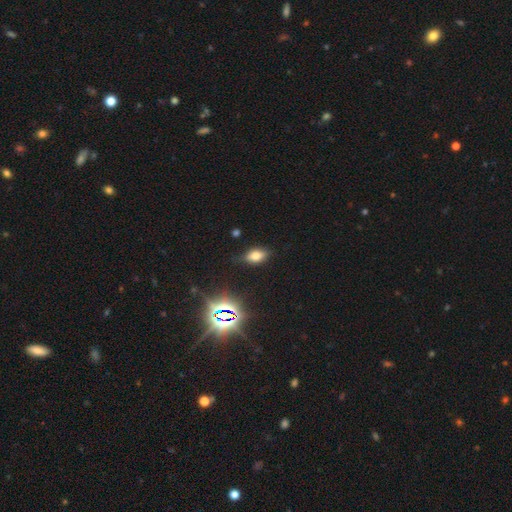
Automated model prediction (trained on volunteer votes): smooth_or_featured: smooth (p=0.63) [alt: star or artifact p=0.20]
how_rounded: in between (p=0.84) [alt: round p=0.11]
merging: none (p=0.80) [alt: minor disturbance p=0.15]